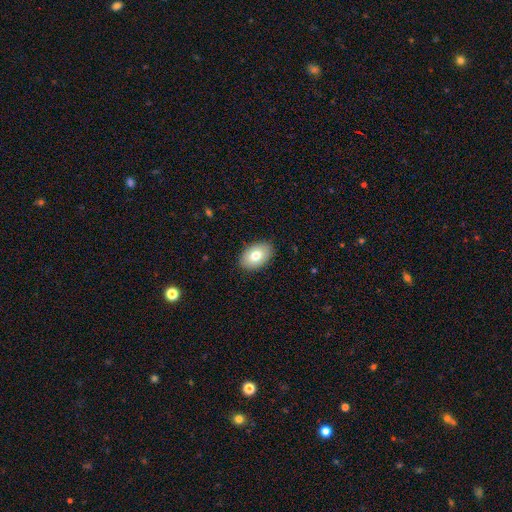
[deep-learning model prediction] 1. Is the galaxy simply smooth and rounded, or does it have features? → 76% smooth, 17% featured or disk, 7% star or artifact.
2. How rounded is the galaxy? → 89% in between, 10% round, 1% cigar-shaped.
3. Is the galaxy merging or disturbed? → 88% none, 9% minor disturbance, 2% major disturbance, 1% merger.